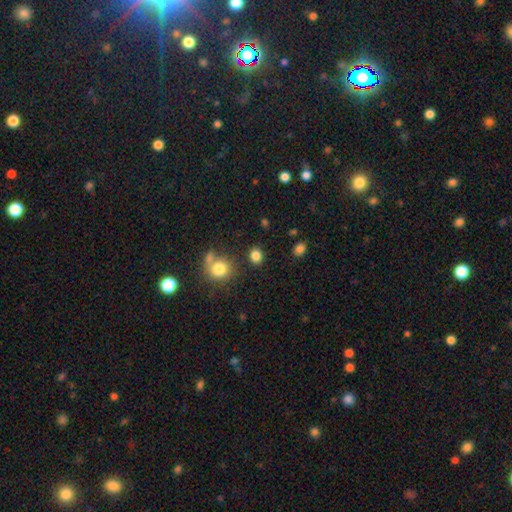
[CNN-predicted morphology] type=smooth (84%); roundness=round (67%); merging=none (81%).